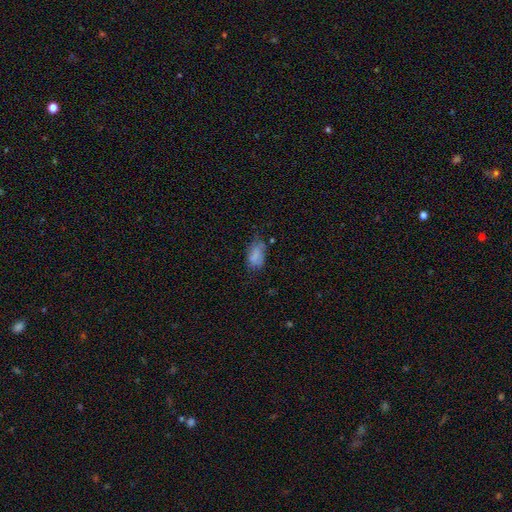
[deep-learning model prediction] smooth_or_featured: smooth (p=0.74) [alt: featured or disk p=0.15]
how_rounded: in between (p=0.91) [alt: round p=0.06]
merging: none (p=0.46) [alt: minor disturbance p=0.35]